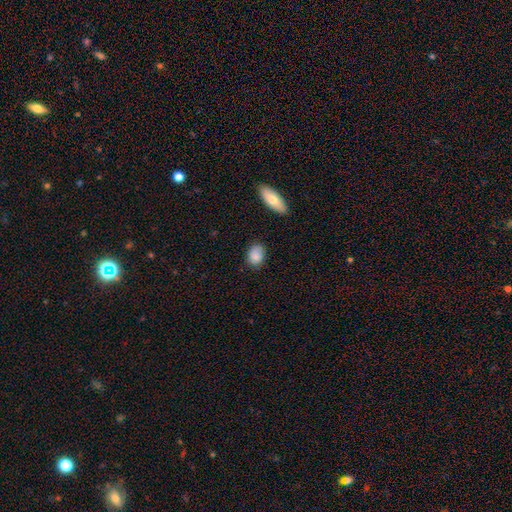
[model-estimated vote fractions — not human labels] Smooth or featured?
  - smooth: 85% *
  - star or artifact: 8%
  - featured or disk: 7%
How rounded?
  - in between: 72% *
  - round: 26%
  - cigar-shaped: 2%
Merging?
  - none: 69% *
  - minor disturbance: 24%
  - major disturbance: 5%
  - merger: 3%